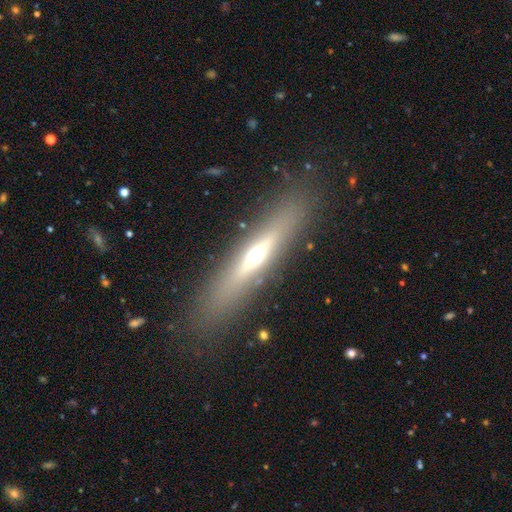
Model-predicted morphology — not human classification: Overall: featured or disk (57%; smooth 34%). Edge-on disk: yes (88%). Merging: none (86%).